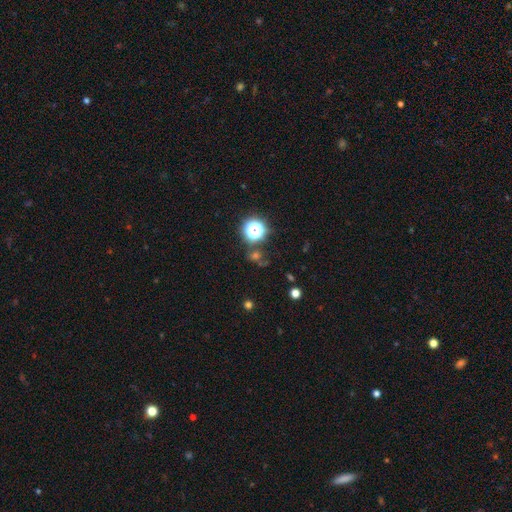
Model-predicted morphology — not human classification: This is possibly a star or artifact rather than a galaxy (55%).